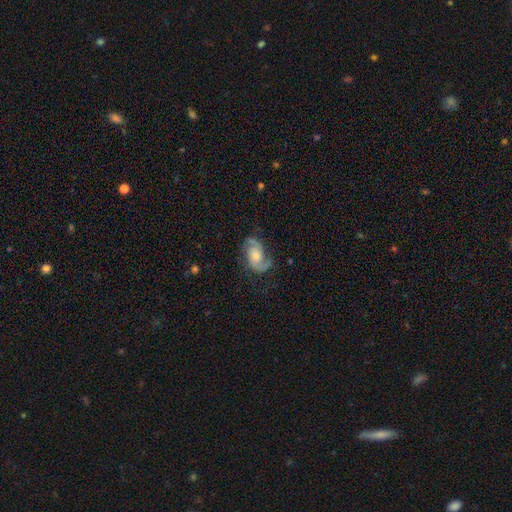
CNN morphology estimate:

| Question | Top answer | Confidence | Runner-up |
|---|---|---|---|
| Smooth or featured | featured or disk | 85% | smooth (9%) |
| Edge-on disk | no | 97% | yes (3%) |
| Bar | no | 63% | weak (31%) |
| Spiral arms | yes | 97% | no (3%) |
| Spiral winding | medium | 52% | loose (24%) |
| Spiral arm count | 2 | 90% | can't tell (4%) |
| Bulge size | moderate | 55% | small (25%) |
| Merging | none | 71% | minor disturbance (19%) |